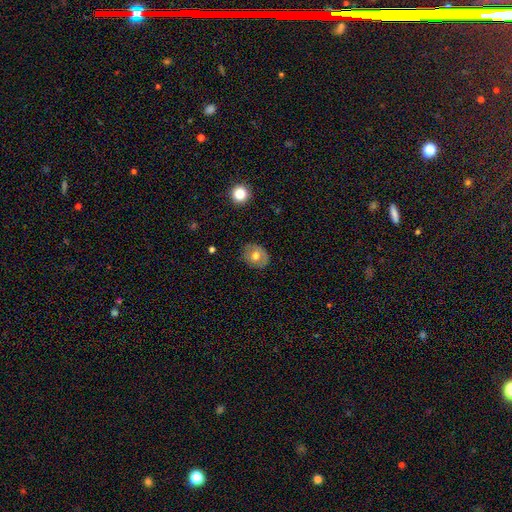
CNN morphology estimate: Smooth or featured? smooth (59%)
How rounded? round (65%)
Merging? none (80%)